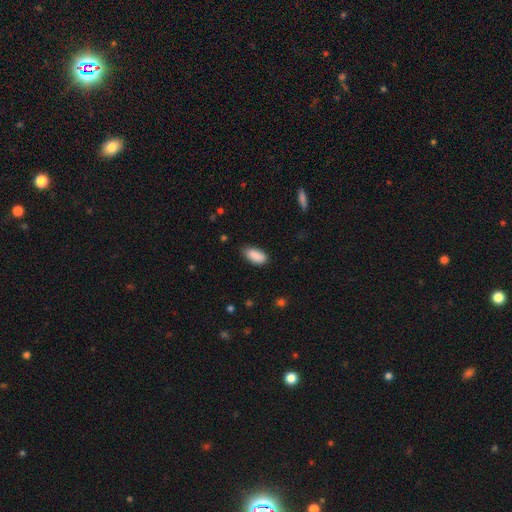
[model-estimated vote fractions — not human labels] The model was most divided on "merging": none: 80%, minor disturbance: 16%, major disturbance: 3%, merger: 1%. More confident: how rounded — in between (91%); smooth or featured — smooth (90%).